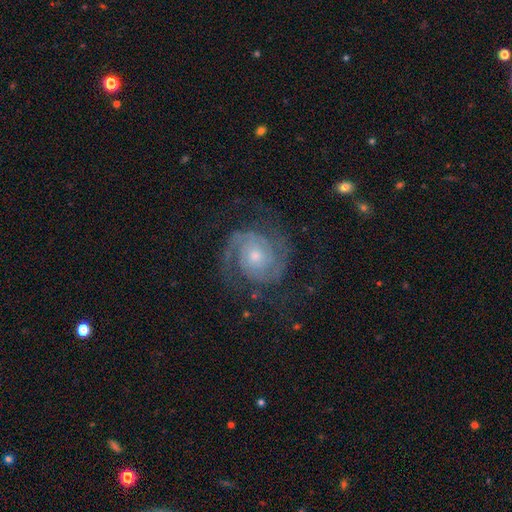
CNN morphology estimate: featured or disk 90%, star or artifact 5%, smooth 5%. Down the decision tree: edge-on disk — no (98%); bar — no (72%); spiral arms — yes (98%); spiral arm count — 2 (82%); spiral winding — tight (57%); bulge size — small (57%); merging — none (76%).